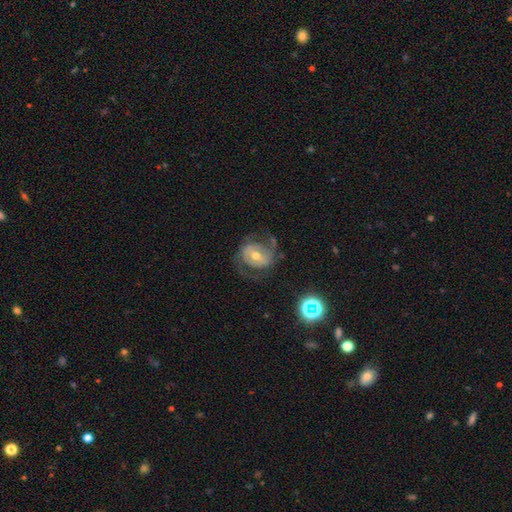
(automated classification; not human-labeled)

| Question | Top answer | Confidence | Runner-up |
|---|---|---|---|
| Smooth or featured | featured or disk | 71% | smooth (21%) |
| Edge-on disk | no | 96% | yes (4%) |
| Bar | weak | 39% | no (38%) |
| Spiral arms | yes | 74% | no (26%) |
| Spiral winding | medium | 45% | tight (28%) |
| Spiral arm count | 2 | 78% | can't tell (12%) |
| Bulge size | moderate | 71% | small (21%) |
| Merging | none | 60% | major disturbance (20%) |